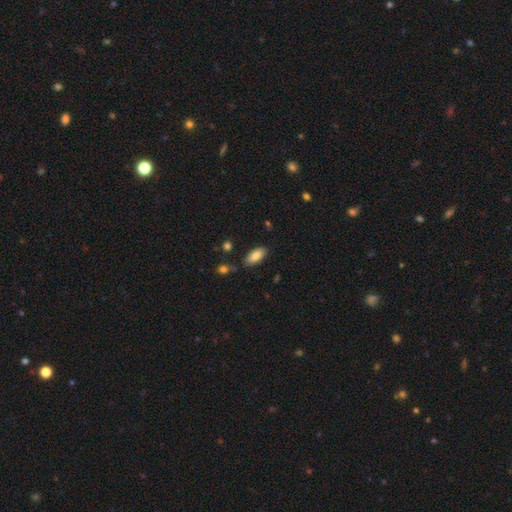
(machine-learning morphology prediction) This is clearly a smooth galaxy (82%). How rounded: clearly in between (89%). Merging: likely none (79%).